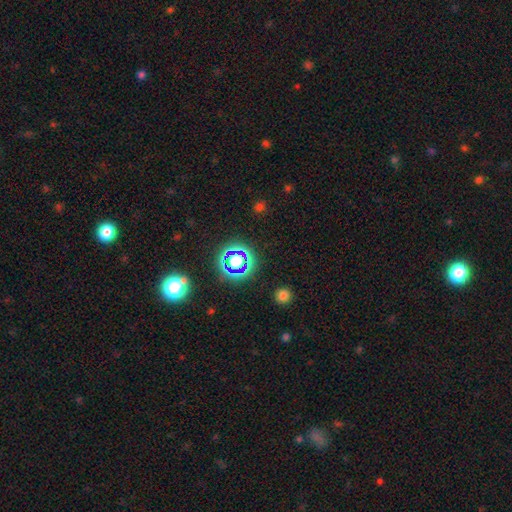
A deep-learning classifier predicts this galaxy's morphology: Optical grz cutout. It shows a star or artifact, not a galaxy (66%).